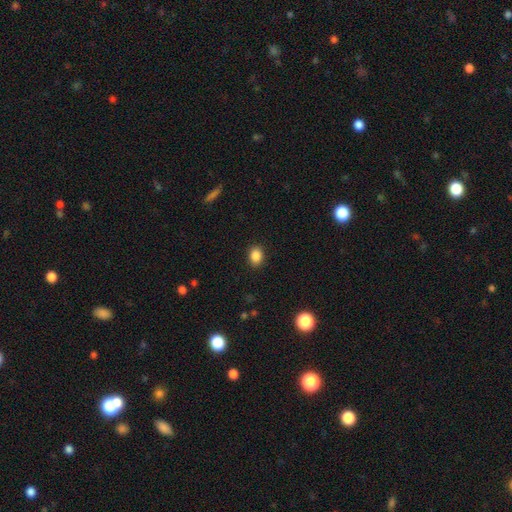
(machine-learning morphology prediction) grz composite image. It shows a smooth galaxy with no disk features (87%) that is in between round and cigar-shaped (61%). Merging: none (89%).